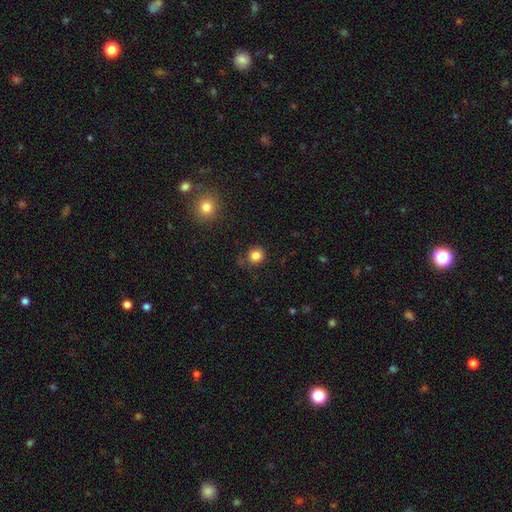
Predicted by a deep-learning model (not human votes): smooth_or_featured: smooth (p=0.84) [alt: star or artifact p=0.12]
how_rounded: round (p=0.89) [alt: in between p=0.11]
merging: none (p=0.79) [alt: minor disturbance p=0.13]